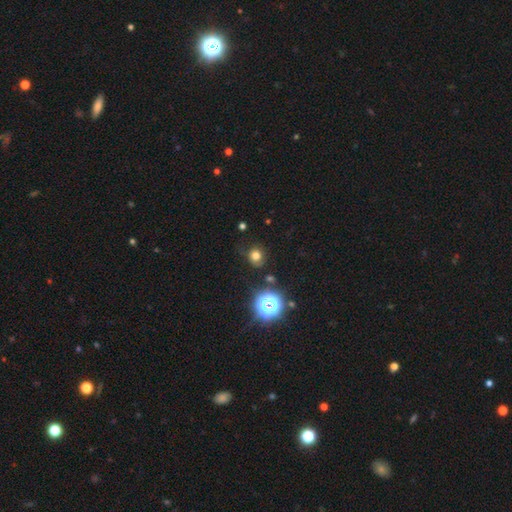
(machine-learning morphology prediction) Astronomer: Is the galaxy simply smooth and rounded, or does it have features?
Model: smooth — 73%.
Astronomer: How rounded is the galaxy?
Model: round — 81%.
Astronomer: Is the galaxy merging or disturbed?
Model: none — 77%.